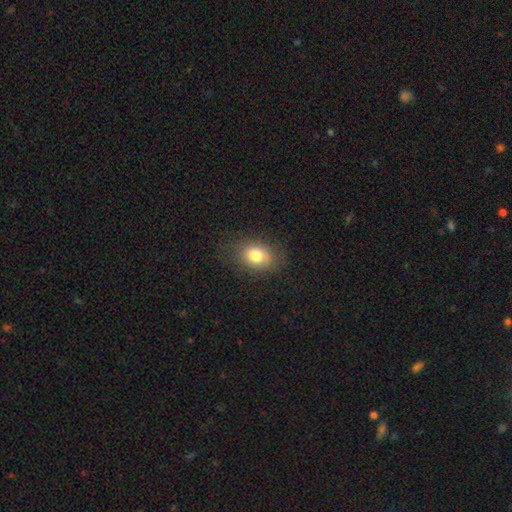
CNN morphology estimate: smooth_or_featured: smooth (p=0.79) [alt: star or artifact p=0.10]
how_rounded: in between (p=0.60) [alt: round p=0.39]
merging: none (p=0.79) [alt: minor disturbance p=0.15]